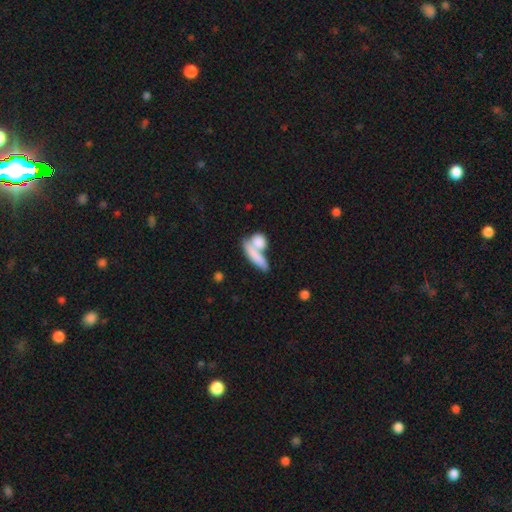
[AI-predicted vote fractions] A smooth galaxy with no disk features (75%) that is cigar-shaped (53%). Merging: merger (48%).